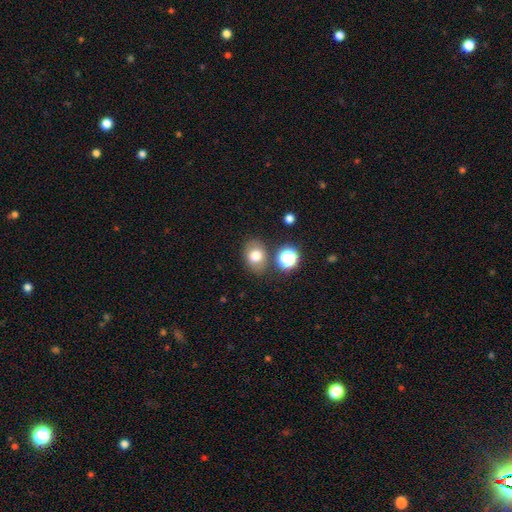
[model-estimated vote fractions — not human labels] smooth_or_featured: smooth (p=0.75) [alt: featured or disk p=0.13]
how_rounded: in between (p=0.63) [alt: round p=0.36]
merging: none (p=0.77) [alt: minor disturbance p=0.12]